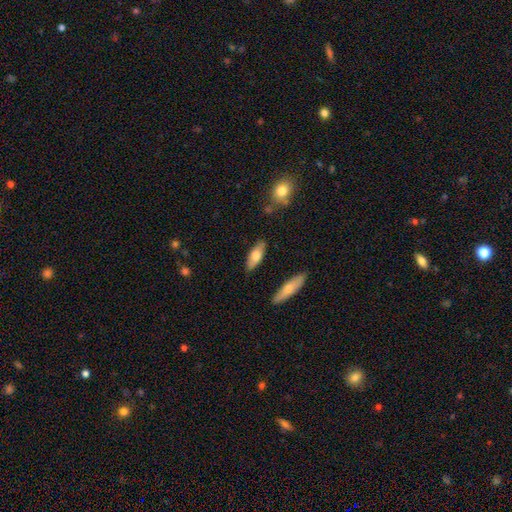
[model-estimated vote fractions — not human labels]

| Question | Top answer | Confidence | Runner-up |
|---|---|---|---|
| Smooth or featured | smooth | 66% | featured or disk (28%) |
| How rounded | in between | 64% | cigar-shaped (34%) |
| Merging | none | 84% | minor disturbance (11%) |